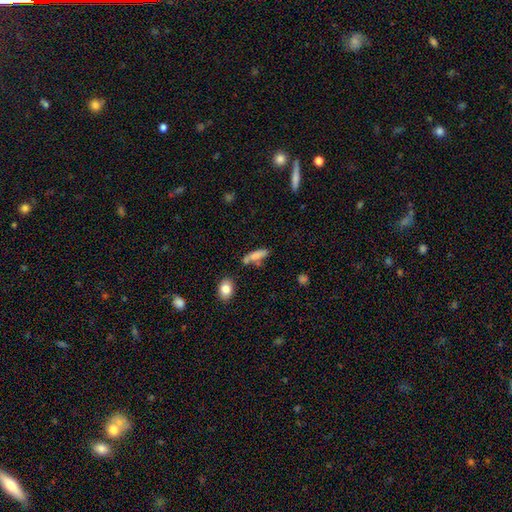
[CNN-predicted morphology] Smooth or featured? smooth (77%)
How rounded? cigar-shaped (59%)
Merging? none (59%)